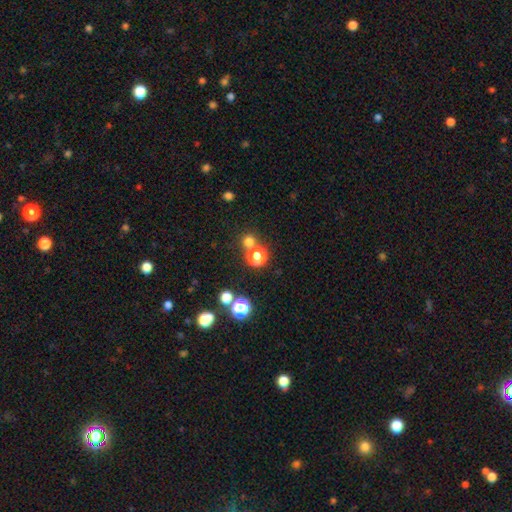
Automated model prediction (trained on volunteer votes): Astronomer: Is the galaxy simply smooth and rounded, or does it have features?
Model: smooth — 60%.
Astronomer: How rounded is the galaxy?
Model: round — 91%.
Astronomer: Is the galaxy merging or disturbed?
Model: none — 74%.